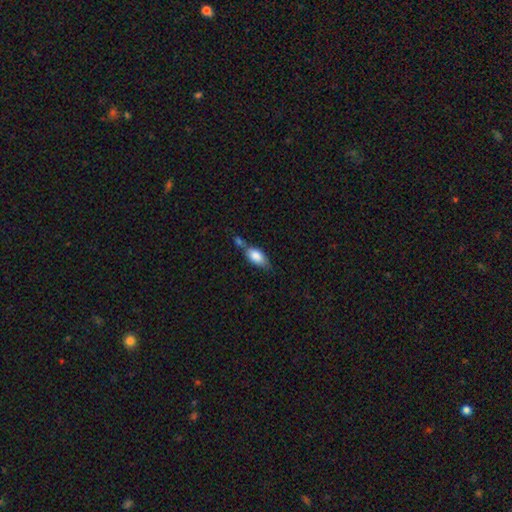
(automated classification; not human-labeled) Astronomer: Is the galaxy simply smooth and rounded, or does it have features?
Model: smooth — 80%.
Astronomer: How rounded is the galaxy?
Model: in between — 87%.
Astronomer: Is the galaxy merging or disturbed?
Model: none — 40% (runner-up: merger, 34%).